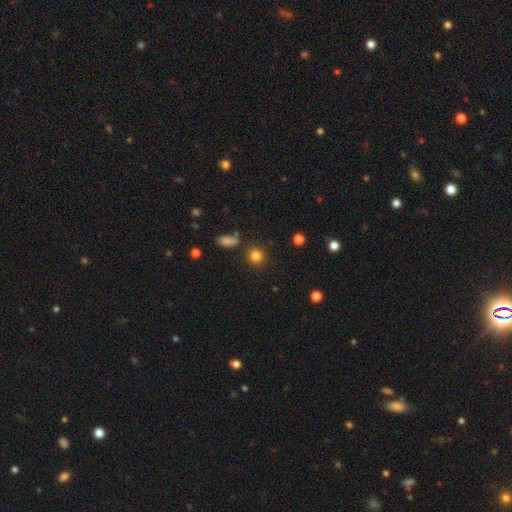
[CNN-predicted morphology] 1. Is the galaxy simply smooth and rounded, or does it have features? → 83% smooth, 12% star or artifact, 5% featured or disk.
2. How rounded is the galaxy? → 89% round, 10% in between, 1% cigar-shaped.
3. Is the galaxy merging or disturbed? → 85% none, 8% minor disturbance, 4% merger, 3% major disturbance.